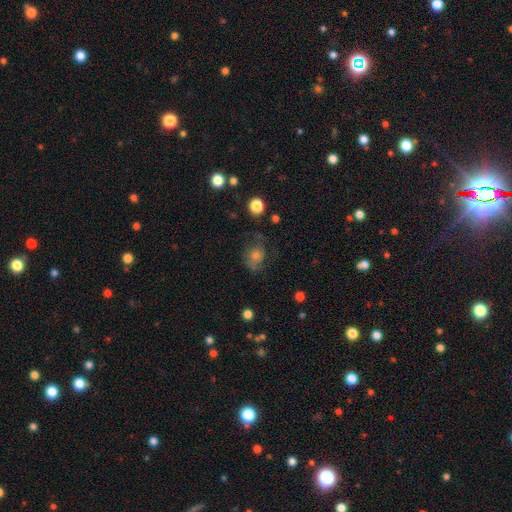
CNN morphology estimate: type=smooth (49%); merging=none (61%).